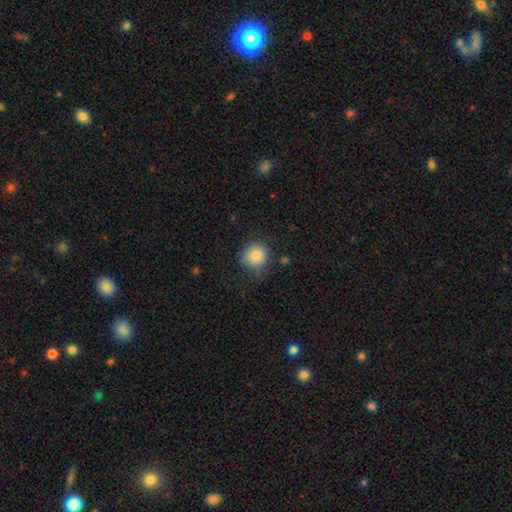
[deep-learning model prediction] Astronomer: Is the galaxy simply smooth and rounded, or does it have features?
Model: smooth — 86%.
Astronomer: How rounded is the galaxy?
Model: round — 89%.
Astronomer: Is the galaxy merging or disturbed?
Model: none — 76%.